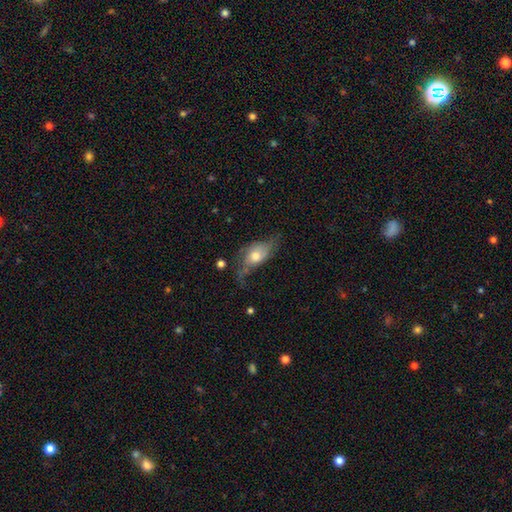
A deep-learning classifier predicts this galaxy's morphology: Q: Smooth or featured?
A: featured or disk (47%); runner-up: smooth (45%)
Q: Merging?
A: none (36%); runner-up: minor disturbance (31%)